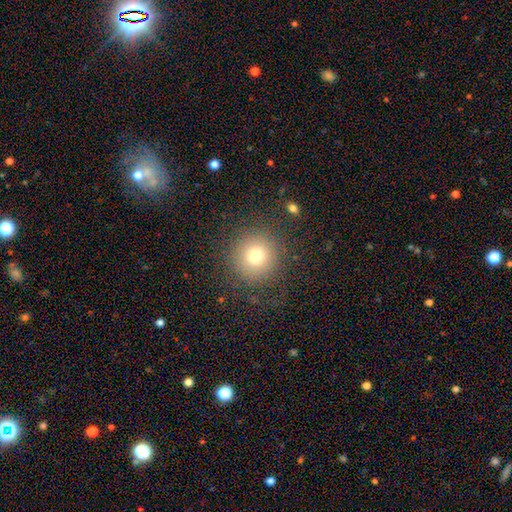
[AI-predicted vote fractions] Smooth or featured? smooth (74%)
How rounded? round (94%)
Merging? none (83%)